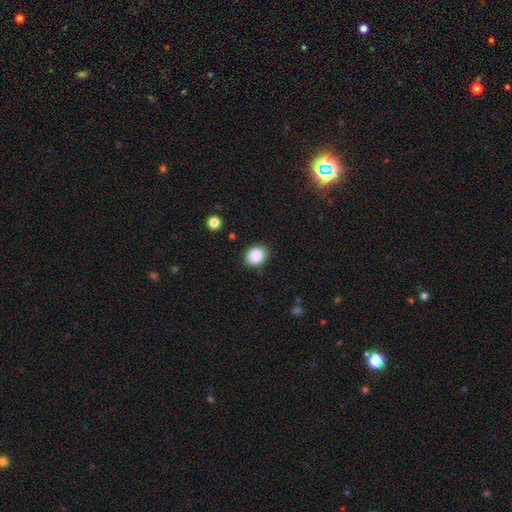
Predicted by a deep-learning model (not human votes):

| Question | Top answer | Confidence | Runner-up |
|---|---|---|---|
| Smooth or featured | smooth | 88% | star or artifact (9%) |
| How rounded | round | 63% | in between (36%) |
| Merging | none | 86% | minor disturbance (10%) |